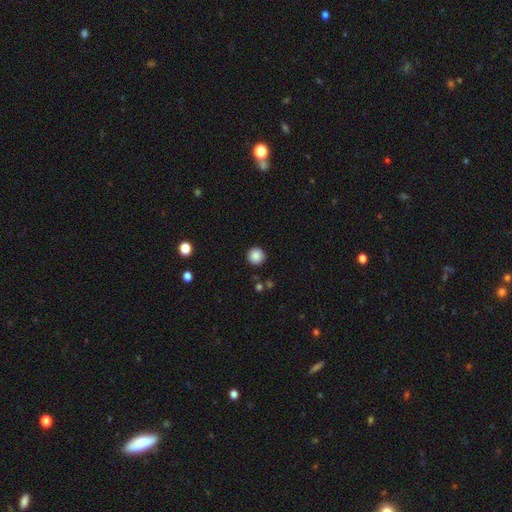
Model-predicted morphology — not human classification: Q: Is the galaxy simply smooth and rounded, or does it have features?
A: smooth — 87%.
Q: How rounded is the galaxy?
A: round — 96%.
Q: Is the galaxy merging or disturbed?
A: none — 90%.